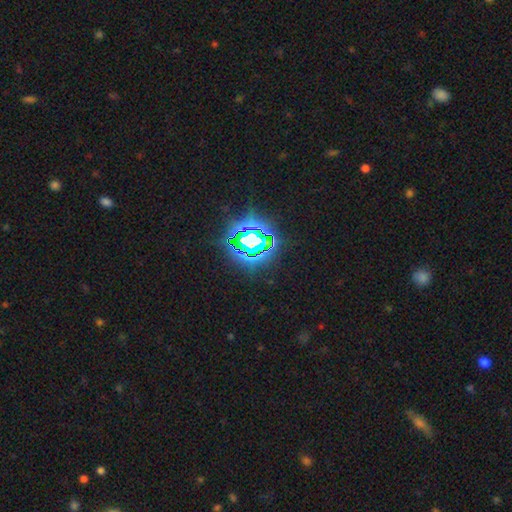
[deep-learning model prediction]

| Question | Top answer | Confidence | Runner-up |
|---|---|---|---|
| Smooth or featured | star or artifact | 77% | smooth (13%) |